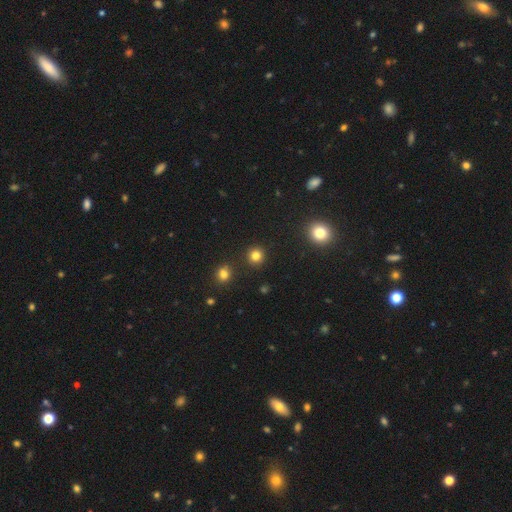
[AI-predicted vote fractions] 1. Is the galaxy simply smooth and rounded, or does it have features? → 82% smooth, 14% star or artifact, 4% featured or disk.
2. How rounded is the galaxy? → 93% round, 6% in between, 1% cigar-shaped.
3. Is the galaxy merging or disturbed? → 91% none, 5% minor disturbance, 2% merger, 2% major disturbance.